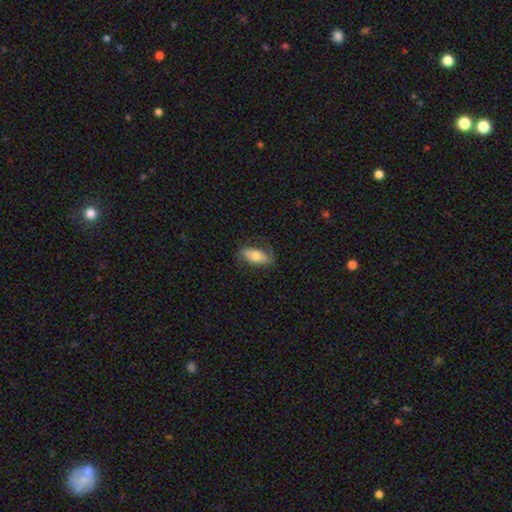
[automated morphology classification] This appears to be a smooth galaxy with no disk features (65%) that is in between round and cigar-shaped (81%). Merging: none (73%).